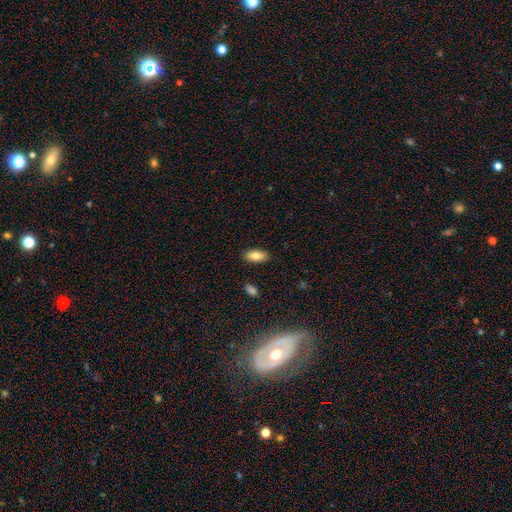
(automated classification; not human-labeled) Smooth or featured? Predicted: smooth (p=0.82). How rounded? Predicted: in between (p=0.90). Merging? Predicted: none (p=0.87).